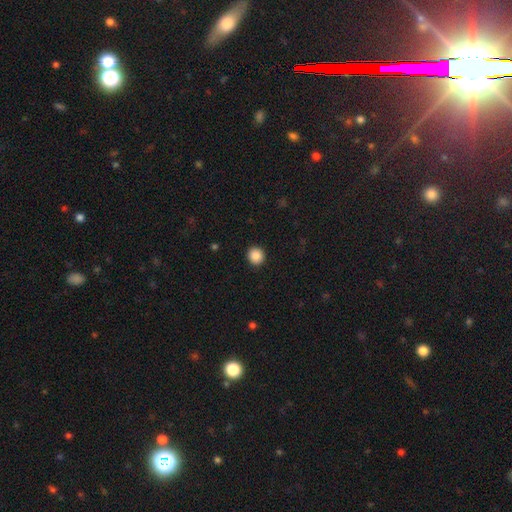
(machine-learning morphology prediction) Smooth or featured? smooth (88%)
How rounded? round (91%)
Merging? none (92%)